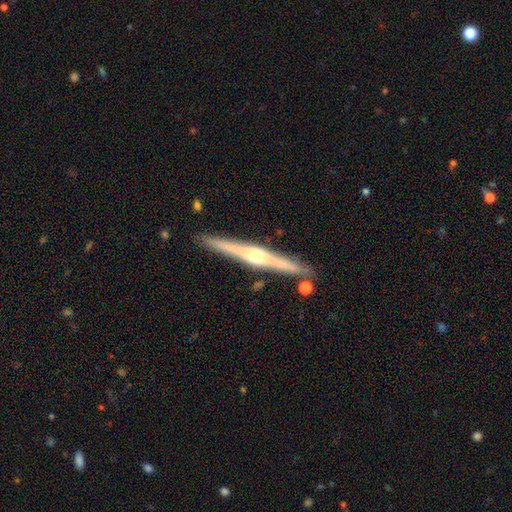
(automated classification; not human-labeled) Morphology: type=featured or disk (79%); edge-on=yes (98%); edge-on bulge=rounded (76%); merging=none (88%).